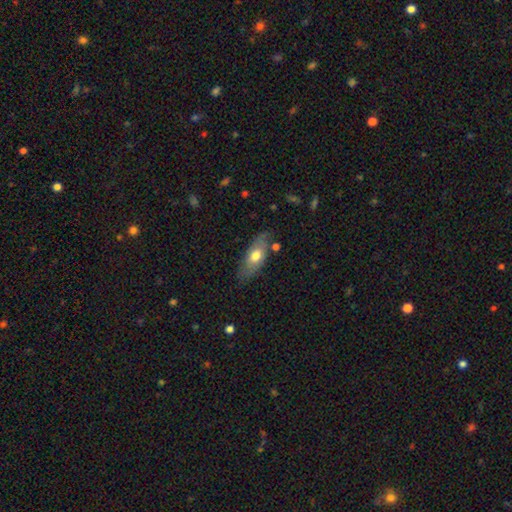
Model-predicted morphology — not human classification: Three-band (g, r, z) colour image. It shows a smooth galaxy with no disk features (63%) that is in between round and cigar-shaped (79%). Merging: none (71%).